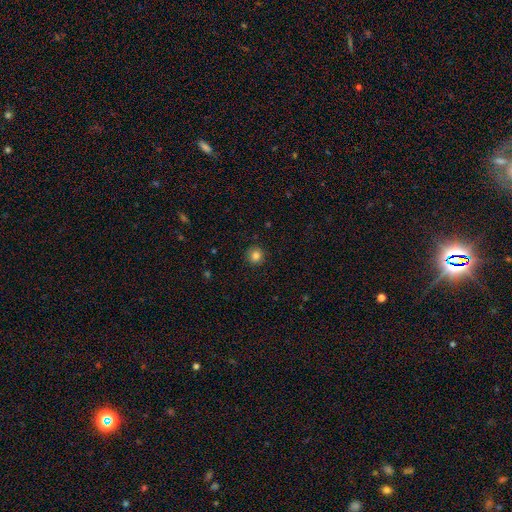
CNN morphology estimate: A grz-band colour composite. It shows a smooth galaxy with no disk features (84%) that is round (90%). Merging: none (88%).